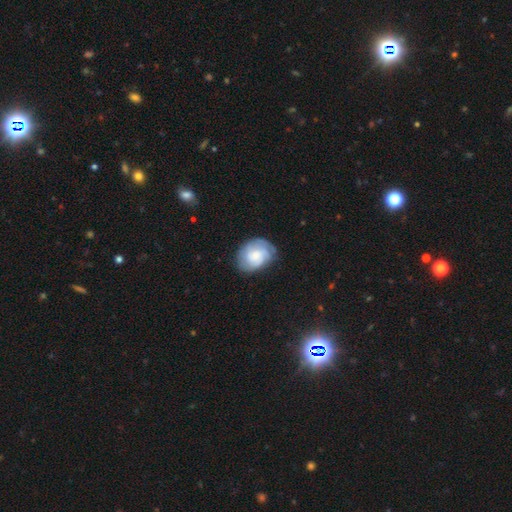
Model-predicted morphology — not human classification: The model was most divided on "bulge size": small: 38%, moderate: 35%, none: 13%, large: 13%, dominant: 2%. More confident: edge-on disk — no (98%); spiral arms — yes (86%); bar — no (70%); merging — none (68%); smooth or featured — featured or disk (53%).